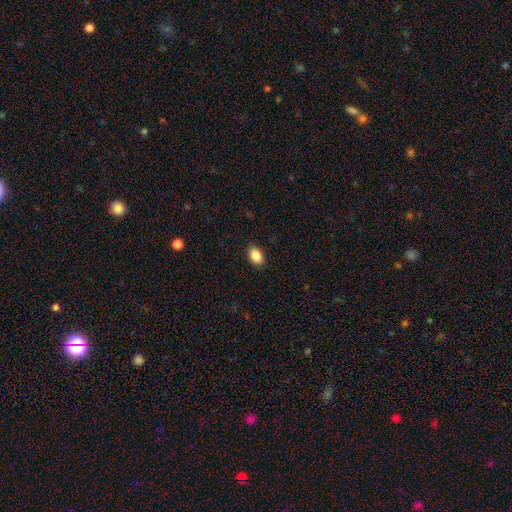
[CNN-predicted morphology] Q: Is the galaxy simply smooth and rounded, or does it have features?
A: smooth — 88%.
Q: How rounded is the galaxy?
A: in between — 88%.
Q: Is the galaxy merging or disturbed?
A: none — 88%.